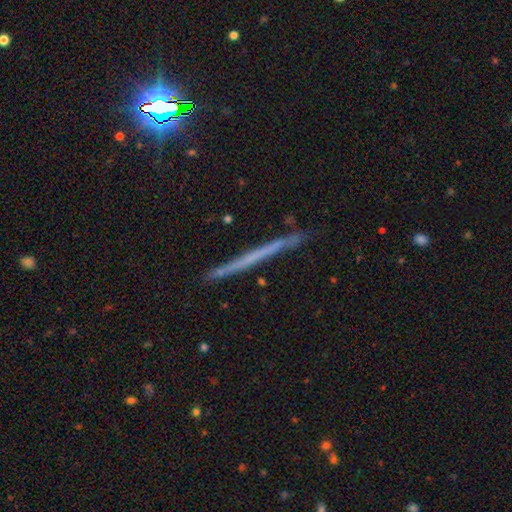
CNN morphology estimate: This appears to be a featured or disk galaxy (52%) viewed edge-on (96%). Merging: none (89%).